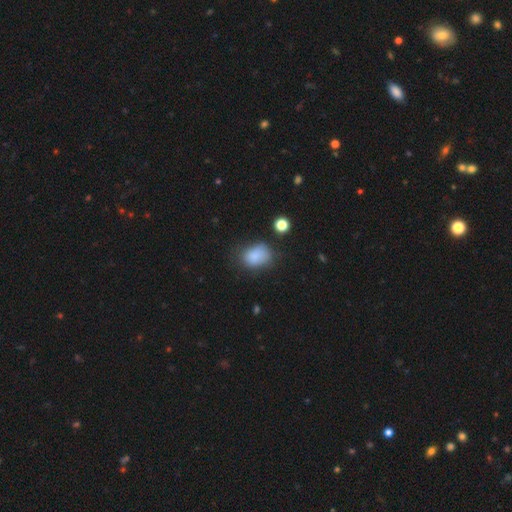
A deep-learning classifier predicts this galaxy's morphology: Q: Smooth or featured?
A: smooth (83%); runner-up: star or artifact (10%)
Q: How rounded?
A: in between (72%); runner-up: round (27%)
Q: Merging?
A: none (56%); runner-up: minor disturbance (29%)